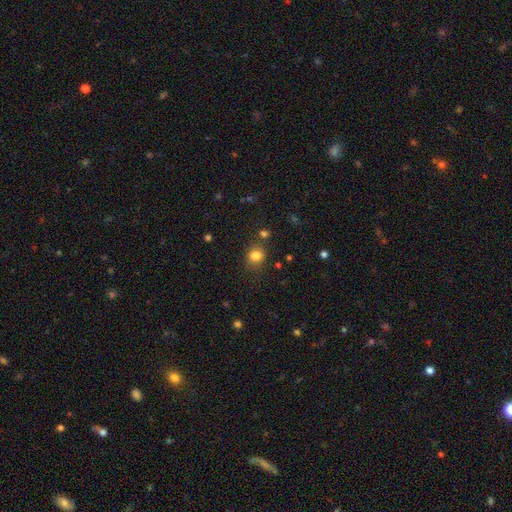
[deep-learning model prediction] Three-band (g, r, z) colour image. It shows a smooth galaxy with no disk features (82%) that is round (80%). Merging: none (79%).